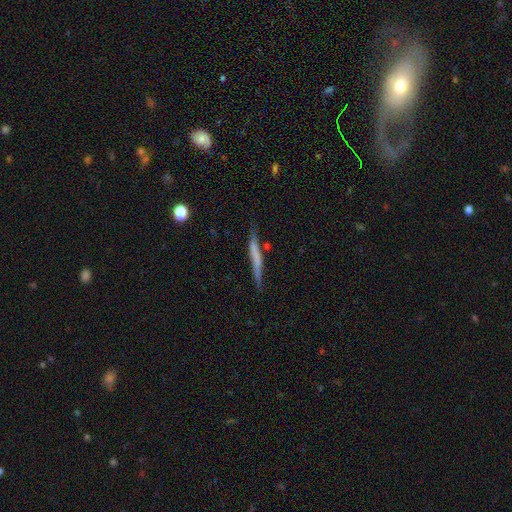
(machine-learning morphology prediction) Smooth or featured: smooth — 53% (featured or disk — 41%)
How rounded: cigar-shaped — 95% (in between — 4%)
Merging: none — 73% (minor disturbance — 18%)